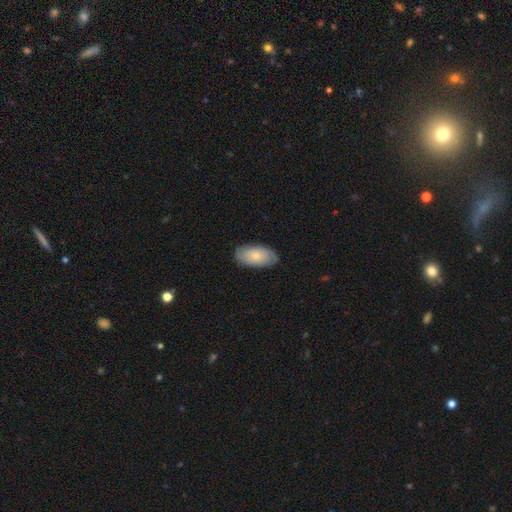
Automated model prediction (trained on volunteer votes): Morphology: type=smooth (67%); roundness=in between (94%); merging=none (83%).